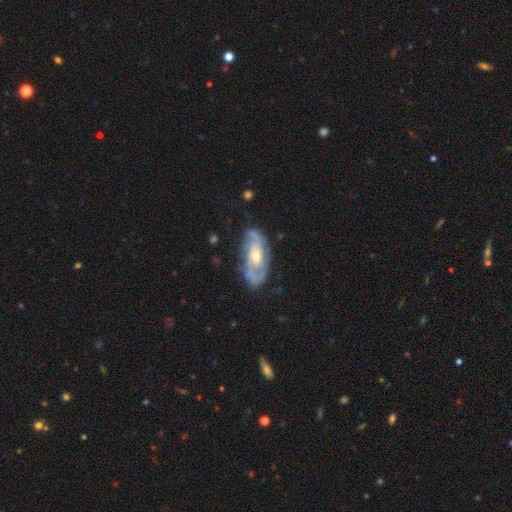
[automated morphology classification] This is clearly a featured or disk galaxy (82%). It is clearly not viewed edge-on (93%). Bar: possibly no (60%). Spiral arm pattern: clearly yes (90%). Spiral arm count: possibly 2 (57%). Spiral winding: possibly tight (49%). Central bulge: likely moderate (60%). Merging: likely none (69%).